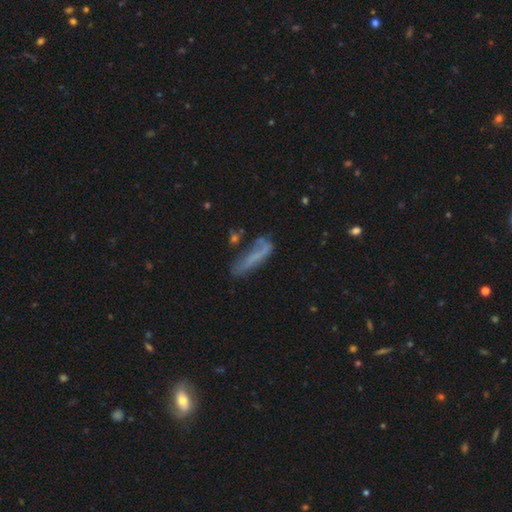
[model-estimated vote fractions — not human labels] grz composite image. It shows a smooth galaxy with no disk features (52%) that is cigar-shaped (75%). Merging: none (45%).